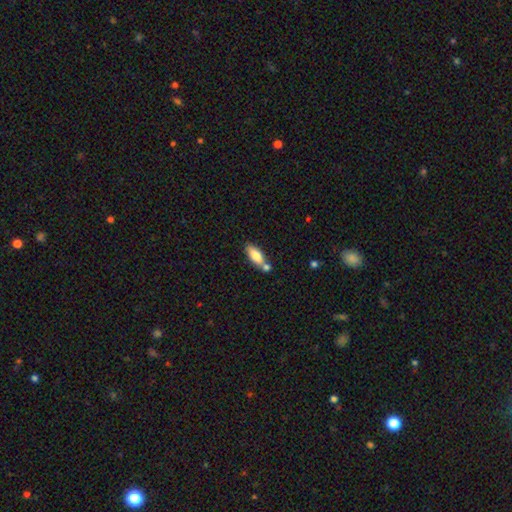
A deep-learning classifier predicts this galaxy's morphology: Smooth or featured: smooth — 78% (featured or disk — 15%)
How rounded: in between — 76% (cigar-shaped — 21%)
Merging: none — 52% (merger — 31%)